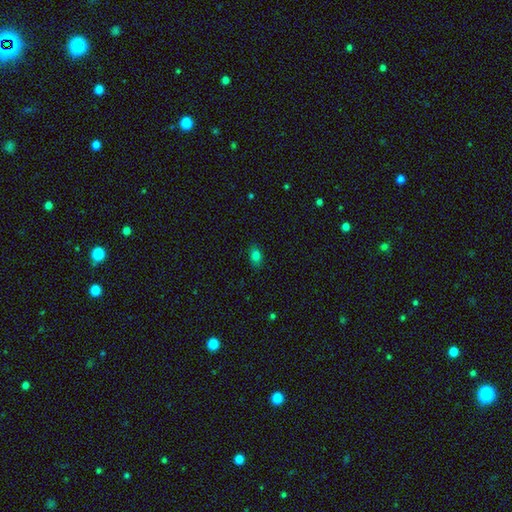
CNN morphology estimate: Smooth or featured?
  - smooth: 79% *
  - star or artifact: 13%
  - featured or disk: 7%
How rounded?
  - in between: 80% *
  - round: 18%
  - cigar-shaped: 2%
Merging?
  - none: 85% *
  - minor disturbance: 11%
  - major disturbance: 2%
  - merger: 1%